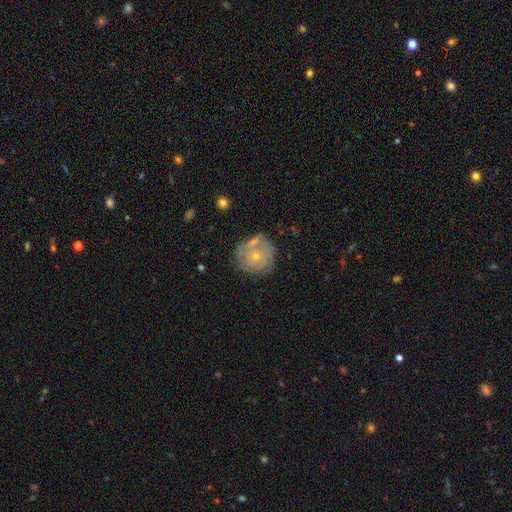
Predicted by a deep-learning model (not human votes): A featured or disk galaxy (58%) with no bar (86%), spiral arms (62%) and a small central bulge (60%). Merging: none (55%).